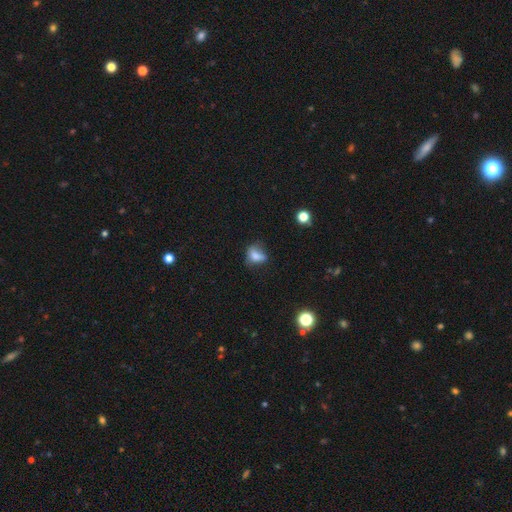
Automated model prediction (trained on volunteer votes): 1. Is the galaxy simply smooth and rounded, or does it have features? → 70% smooth, 17% featured or disk, 13% star or artifact.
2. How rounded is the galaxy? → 62% in between, 35% round, 3% cigar-shaped.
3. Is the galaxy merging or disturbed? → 37% none, 34% minor disturbance, 20% major disturbance, 9% merger.